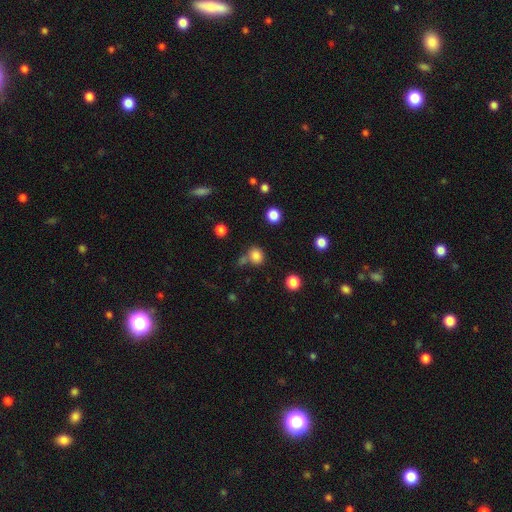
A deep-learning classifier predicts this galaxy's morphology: smooth-or-featured: smooth: 81% | star or artifact: 13% | featured or disk: 5%
  how-rounded: round: 73% | in between: 26% | cigar-shaped: 1%
  merging: none: 63% | merger: 19% | minor disturbance: 13% | major disturbance: 5%